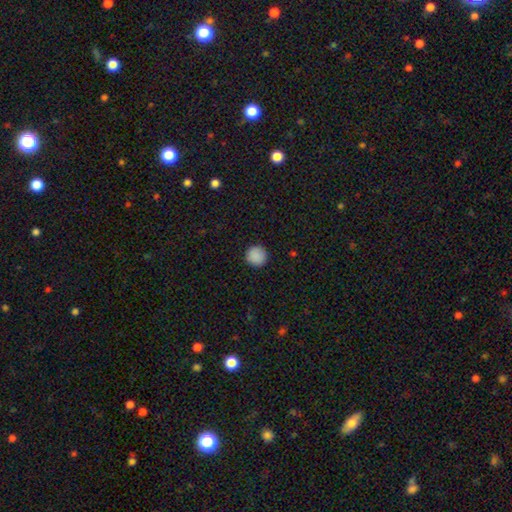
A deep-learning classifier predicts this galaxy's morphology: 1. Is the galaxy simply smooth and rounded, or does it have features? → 89% smooth, 8% star or artifact, 2% featured or disk.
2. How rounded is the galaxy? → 96% round, 3% in between, 1% cigar-shaped.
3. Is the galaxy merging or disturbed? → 92% none, 5% minor disturbance, 2% major disturbance, 1% merger.